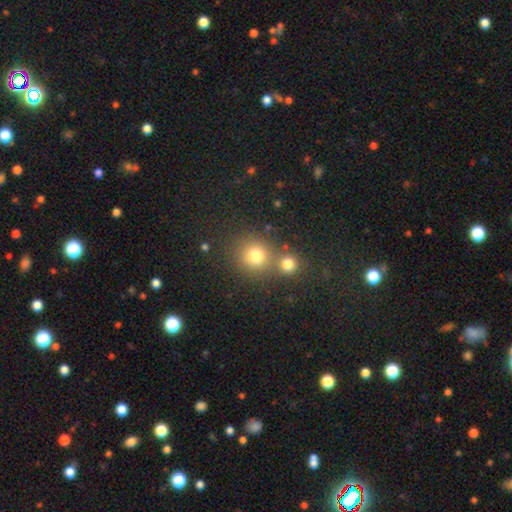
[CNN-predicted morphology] Smooth or featured? smooth (77%)
How rounded? round (88%)
Merging? none (56%)